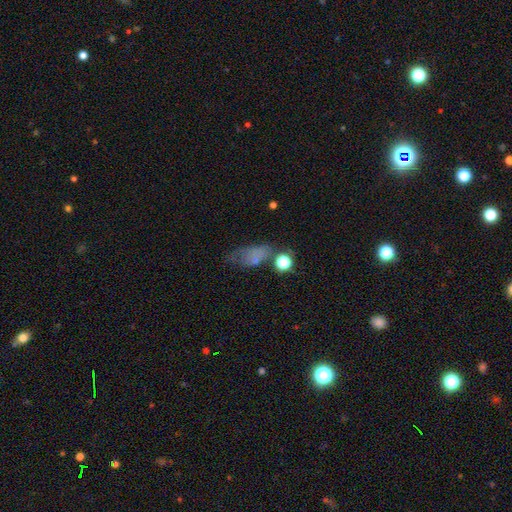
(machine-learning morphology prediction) Smooth or featured? Predicted: smooth (p=0.59). How rounded? Predicted: in between (p=0.75). Merging? Predicted: none (p=0.40).